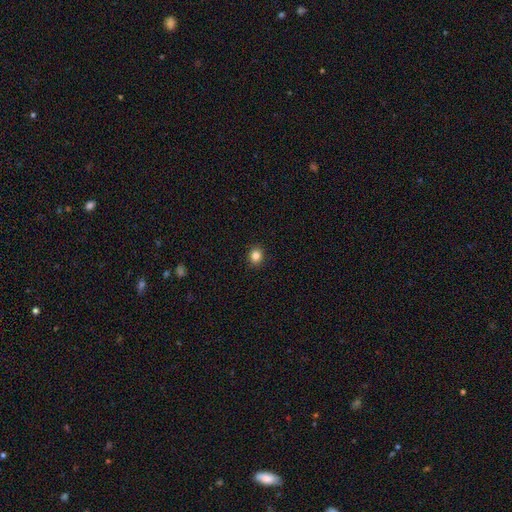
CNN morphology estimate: The model was most divided on "how rounded": round: 77%, in between: 22%, cigar-shaped: 1%. More confident: merging — none (92%); smooth or featured — smooth (84%).